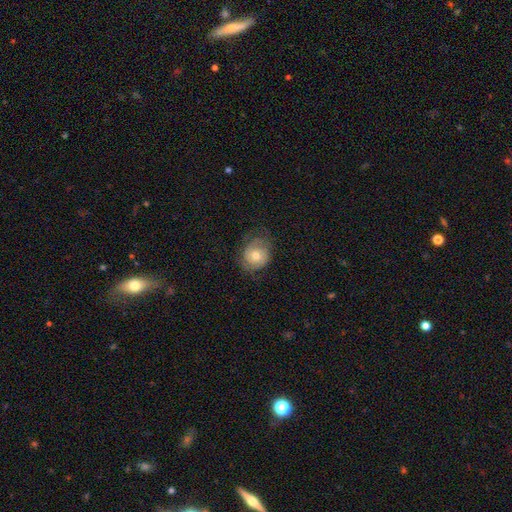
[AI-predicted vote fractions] Smooth or featured? Predicted: smooth (p=0.55). How rounded? Predicted: round (p=0.73). Merging? Predicted: none (p=0.60).